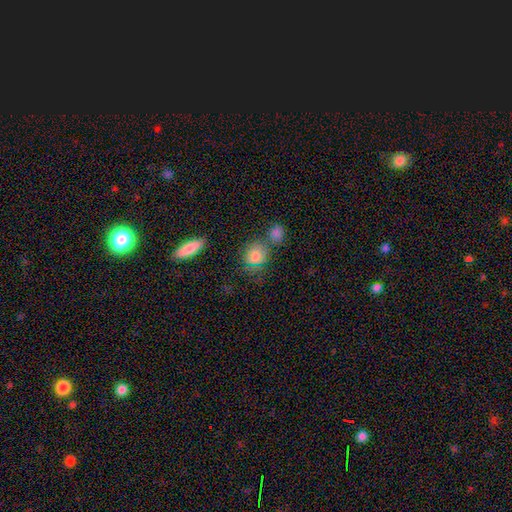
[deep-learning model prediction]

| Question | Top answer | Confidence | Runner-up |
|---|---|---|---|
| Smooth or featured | smooth | 79% | star or artifact (13%) |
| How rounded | round | 65% | in between (33%) |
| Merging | none | 63% | merger (18%) |